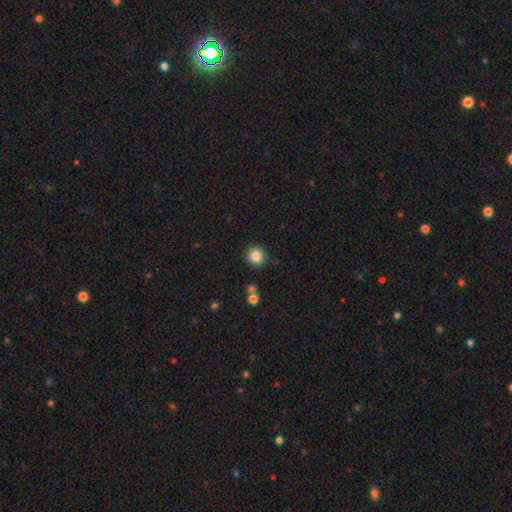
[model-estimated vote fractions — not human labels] This appears to be a smooth galaxy with no disk features (84%) that is round (90%). Merging: none (88%).